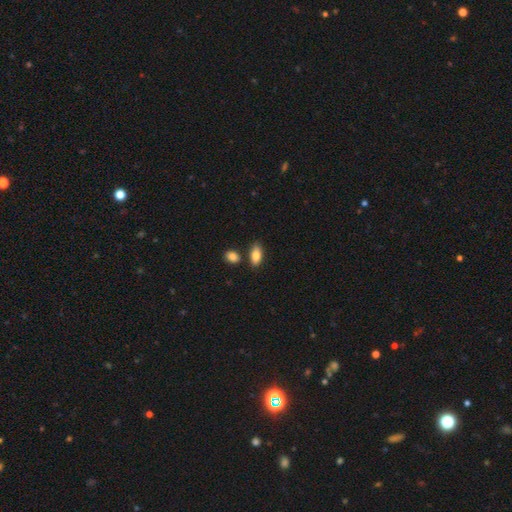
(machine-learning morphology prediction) Smooth or featured: smooth — 84% (featured or disk — 9%)
How rounded: in between — 88% (cigar-shaped — 8%)
Merging: none — 78% (minor disturbance — 11%)